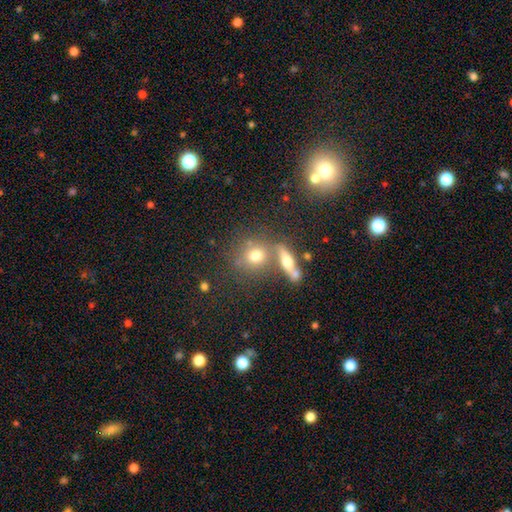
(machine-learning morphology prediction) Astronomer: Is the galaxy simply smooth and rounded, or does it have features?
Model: smooth — 71%.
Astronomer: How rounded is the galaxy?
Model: round — 73%.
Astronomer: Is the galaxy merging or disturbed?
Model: none — 57%.